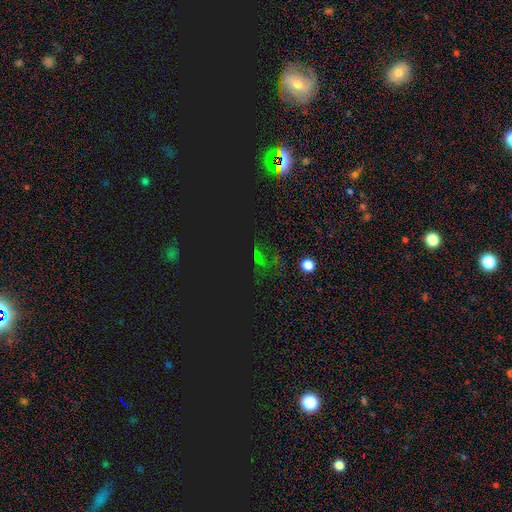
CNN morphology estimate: Smooth or featured? Predicted: star or artifact (p=0.71).